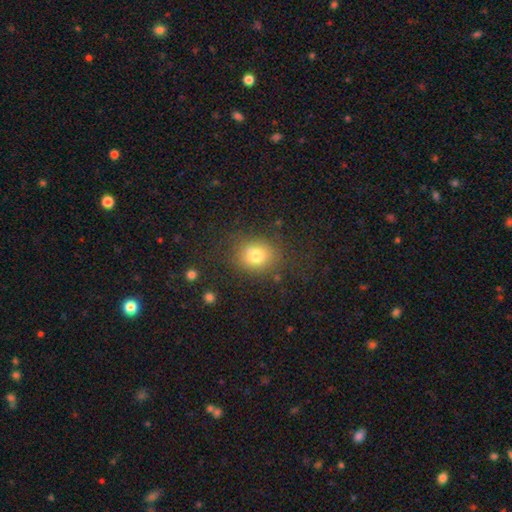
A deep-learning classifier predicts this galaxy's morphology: Overall: smooth (77%). How rounded: round (71%). Merging: none (77%).